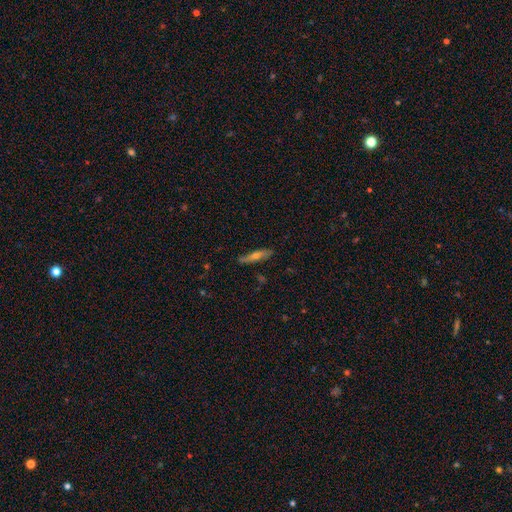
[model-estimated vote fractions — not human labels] featured or disk 52%, smooth 41%, star or artifact 8%. Down the decision tree: edge-on disk — yes (86%); merging — none (82%).